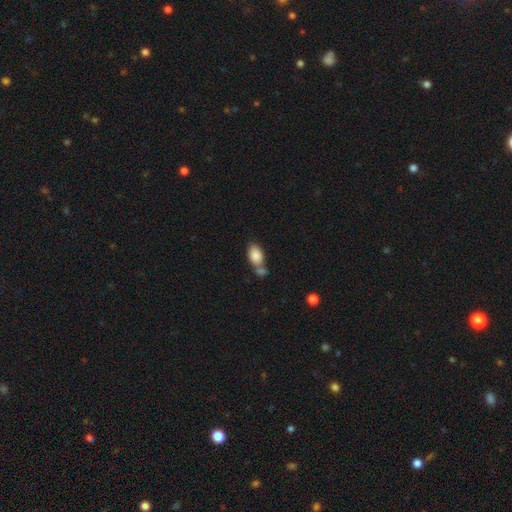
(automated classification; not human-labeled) Q: Smooth or featured?
A: smooth (84%); runner-up: featured or disk (8%)
Q: How rounded?
A: in between (88%); runner-up: round (10%)
Q: Merging?
A: none (43%); runner-up: merger (41%)